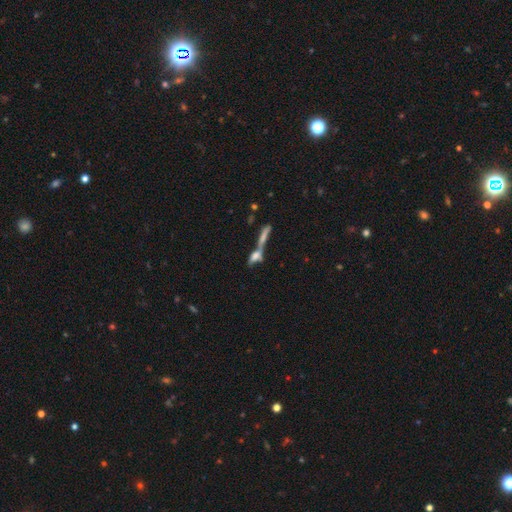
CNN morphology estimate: Smooth or featured? smooth (48%)
Merging? merger (60%)